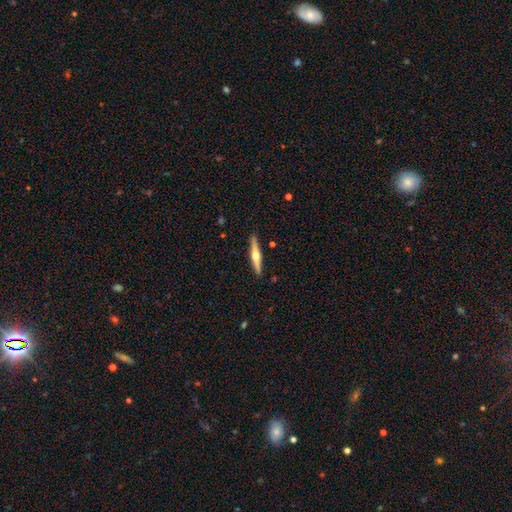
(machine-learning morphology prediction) smooth_or_featured: featured or disk (p=0.70) [alt: smooth p=0.25]
disk_edge_on: yes (p=0.98) [alt: no p=0.02]
edge_on_bulge: rounded (p=0.95) [alt: boxy p=0.03]
merging: none (p=0.91) [alt: minor disturbance p=0.06]